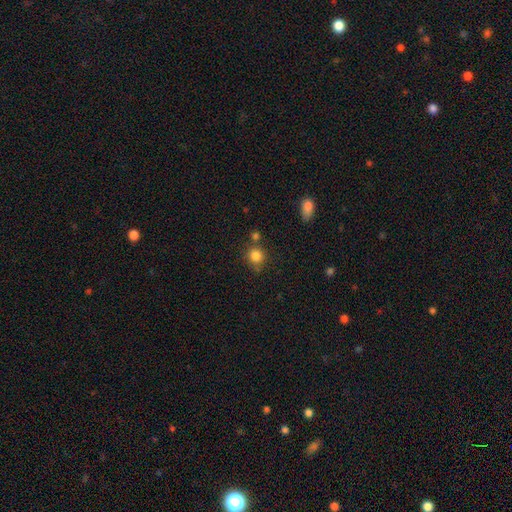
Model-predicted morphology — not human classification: This is clearly a smooth galaxy (83%). How rounded: clearly round (89%). Merging: likely none (72%).